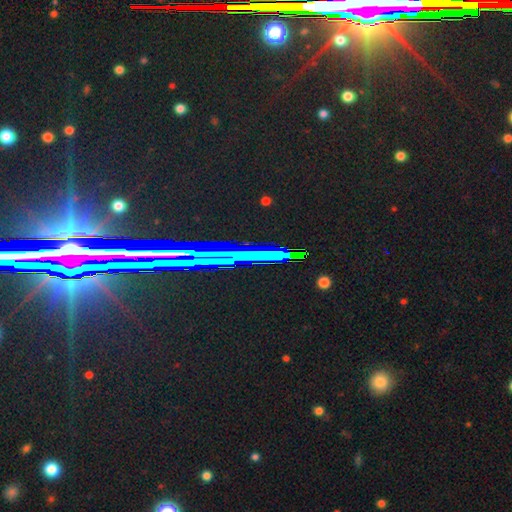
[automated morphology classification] Smooth or featured? star or artifact (76%)